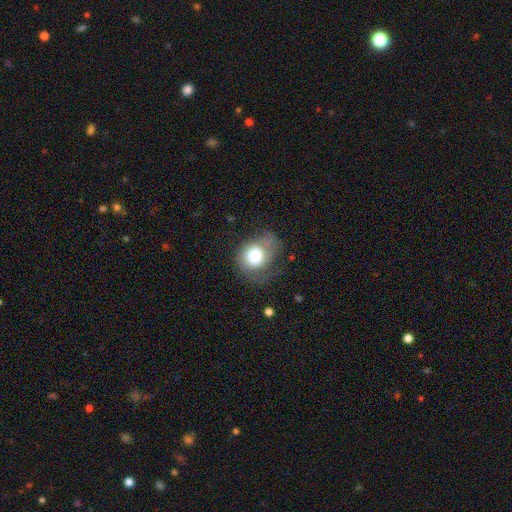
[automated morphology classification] A smooth galaxy with no disk features (65%) that is round (62%). Merging: none (41%).